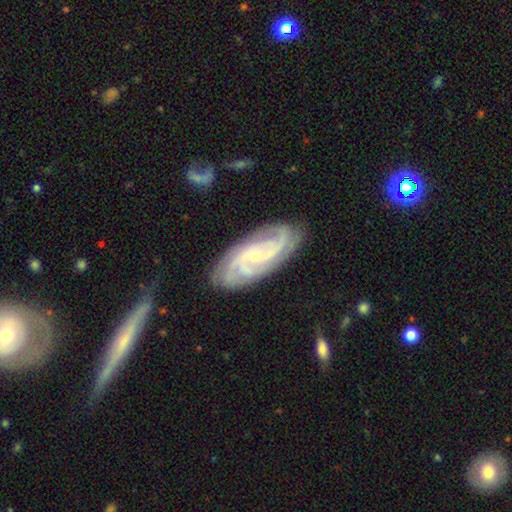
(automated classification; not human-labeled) smooth_or_featured: featured or disk (p=0.88) [alt: smooth p=0.07]
disk_edge_on: no (p=0.94) [alt: yes p=0.06]
bar: no (p=0.54) [alt: weak p=0.34]
has_spiral_arms: yes (p=0.98) [alt: no p=0.02]
spiral_winding: tight (p=0.58) [alt: medium p=0.34]
spiral_arm_count: 3 (p=0.28) [alt: 4 p=0.24]
bulge_size: small (p=0.76) [alt: moderate p=0.20]
merging: none (p=0.80) [alt: minor disturbance p=0.15]